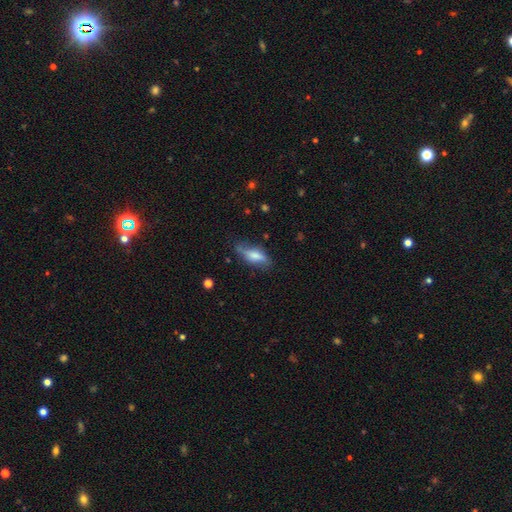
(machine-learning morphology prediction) Q: Smooth or featured?
A: smooth (60%); runner-up: featured or disk (32%)
Q: How rounded?
A: in between (62%); runner-up: cigar-shaped (35%)
Q: Merging?
A: none (64%); runner-up: minor disturbance (26%)